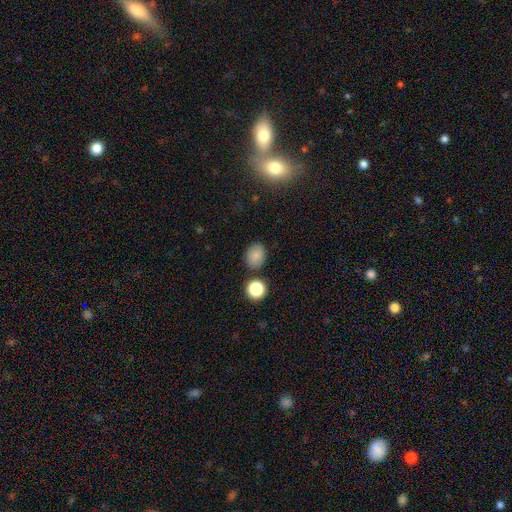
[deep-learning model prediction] This is clearly a smooth galaxy (83%). How rounded: possibly round (49%, tied with in between). Merging: clearly none (82%).